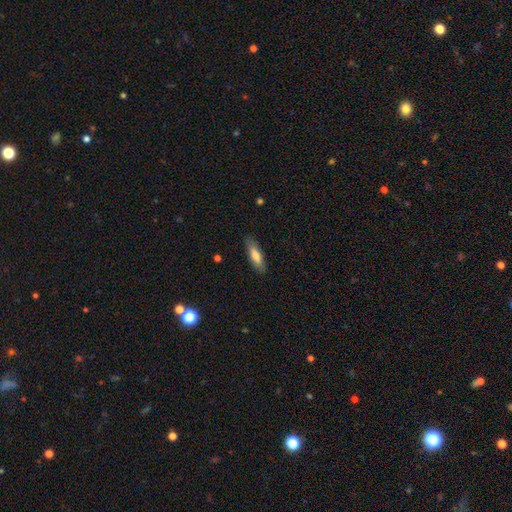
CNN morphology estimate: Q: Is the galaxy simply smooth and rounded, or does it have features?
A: smooth — 74%.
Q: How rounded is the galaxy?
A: cigar-shaped — 56%.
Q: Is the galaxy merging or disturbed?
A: none — 85%.